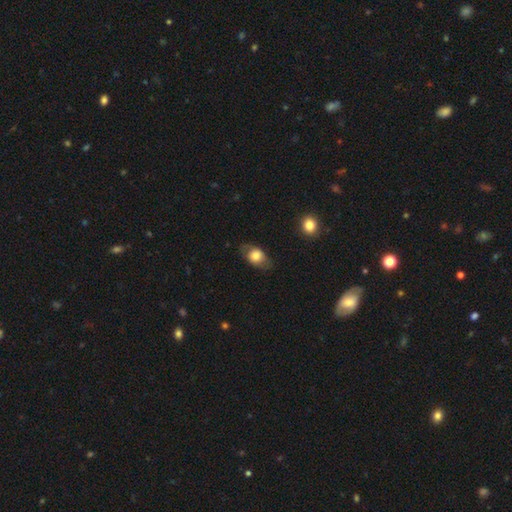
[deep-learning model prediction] Smooth or featured: smooth — 66% (featured or disk — 27%)
How rounded: in between — 71% (round — 26%)
Merging: none — 71% (minor disturbance — 20%)